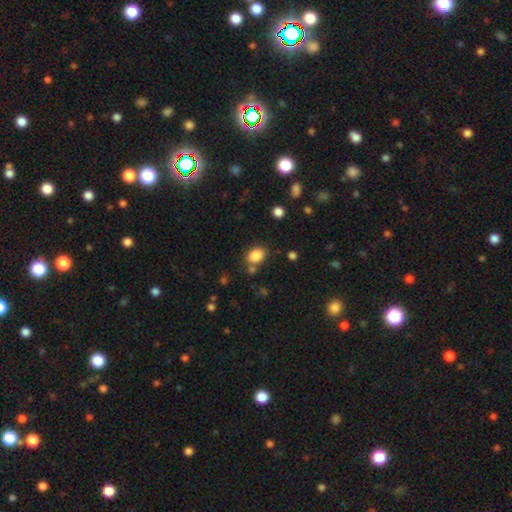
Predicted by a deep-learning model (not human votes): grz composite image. It shows a smooth galaxy with no disk features (86%) that is in between round and cigar-shaped (64%). Merging: none (72%).